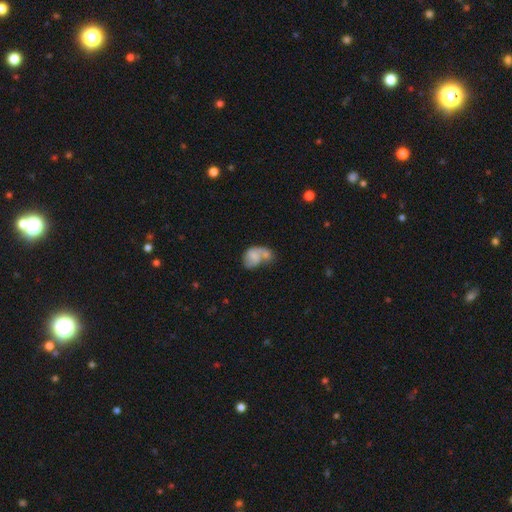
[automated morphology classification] smooth 54%, featured or disk 38%, star or artifact 9%. Down the decision tree: how rounded — in between (75%); merging — merger (51%).